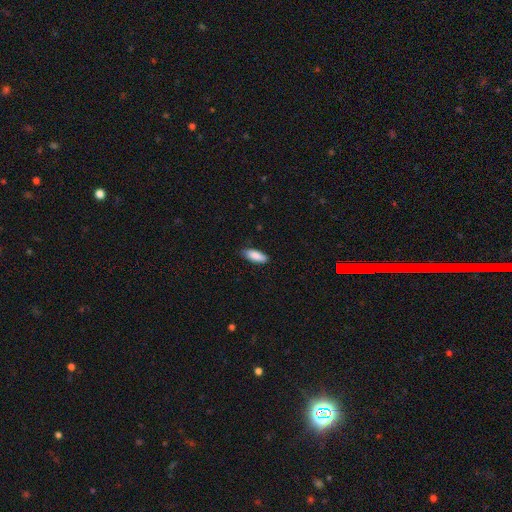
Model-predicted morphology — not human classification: Smooth or featured? smooth (88%)
How rounded? in between (70%)
Merging? none (80%)